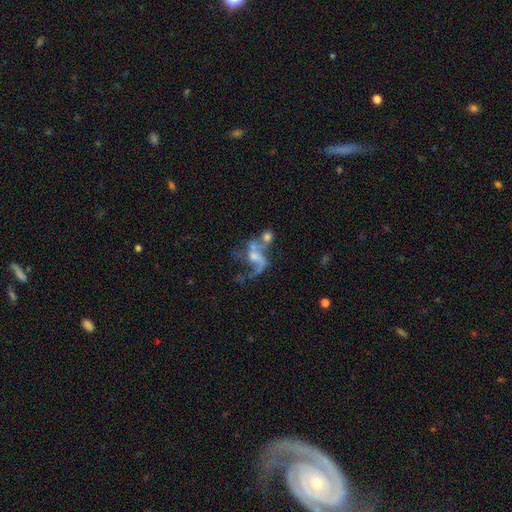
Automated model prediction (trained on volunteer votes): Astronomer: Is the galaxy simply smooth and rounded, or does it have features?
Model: featured or disk — 71%.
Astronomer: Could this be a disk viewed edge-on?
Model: no — 97%.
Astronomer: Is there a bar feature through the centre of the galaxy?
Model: no — 61%.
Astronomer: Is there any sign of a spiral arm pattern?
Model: yes — 77%.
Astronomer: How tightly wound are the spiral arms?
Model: loose — 76%.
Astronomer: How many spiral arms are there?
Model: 2 — 50% (runner-up: 1, 37%).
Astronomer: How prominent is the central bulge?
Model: moderate — 36% (runner-up: small, 29%).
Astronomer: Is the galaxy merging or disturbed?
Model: merger — 42% (runner-up: major disturbance, 29%).